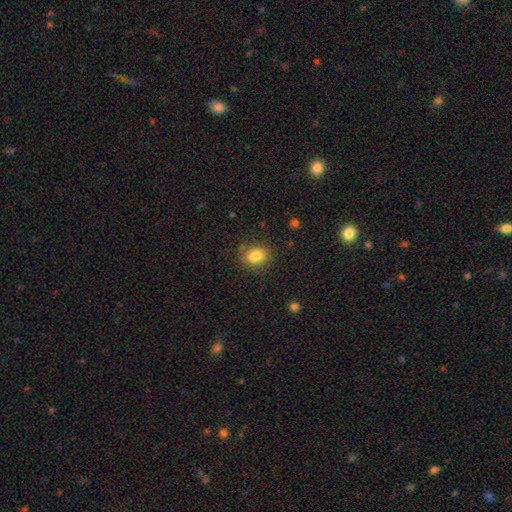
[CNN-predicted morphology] A smooth galaxy with no disk features (83%) that is round (54%). Merging: none (81%).